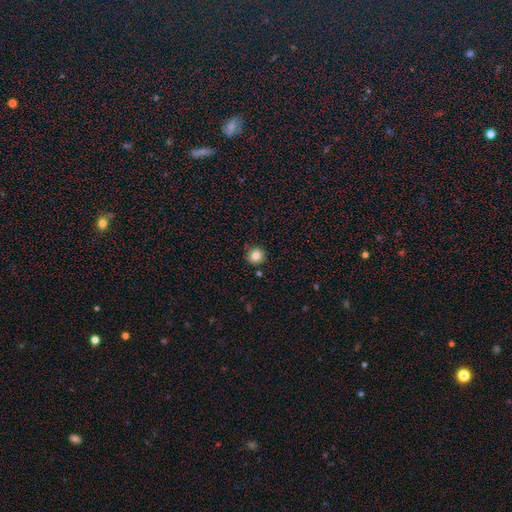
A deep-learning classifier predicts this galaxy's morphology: This appears to be a smooth galaxy with no disk features (82%) that is round (92%). Merging: none (85%).